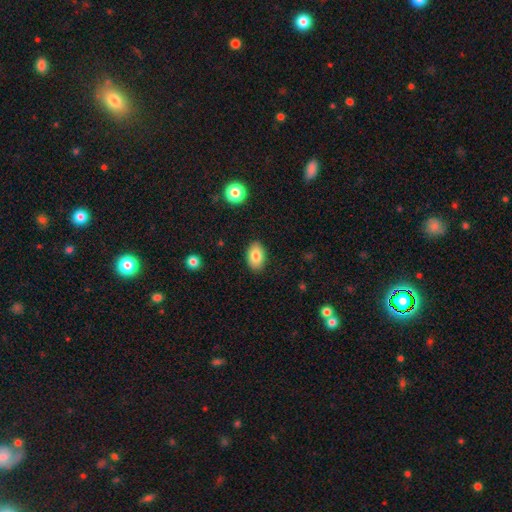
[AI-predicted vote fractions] A smooth galaxy with no disk features (83%) that is in between round and cigar-shaped (90%).

Vote fractions:
- Smooth or featured? smooth: 83% / featured or disk: 9% / star or artifact: 8%
- How rounded? in between: 90% / round: 9% / cigar-shaped: 1%
- Merging? none: 87% / minor disturbance: 9% / major disturbance: 2% / merger: 1%